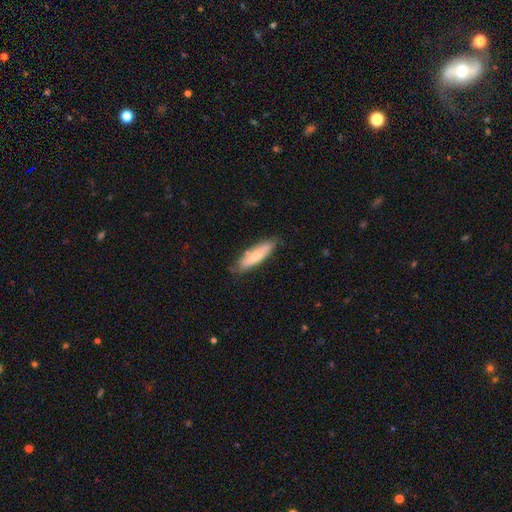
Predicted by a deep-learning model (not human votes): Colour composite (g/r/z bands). It shows a smooth galaxy with no disk features (65%) that is cigar-shaped (61%). Merging: none (74%).